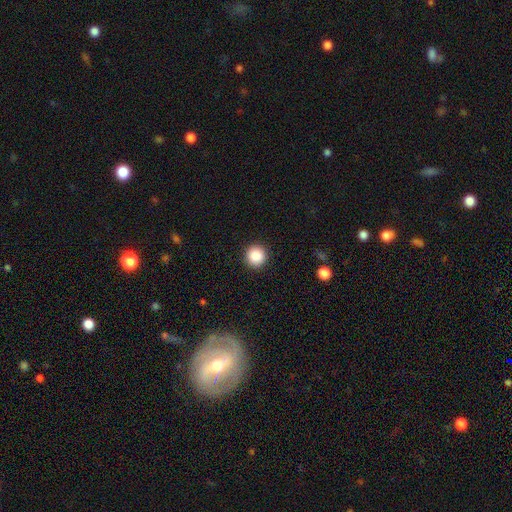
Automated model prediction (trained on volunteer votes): This is clearly a smooth galaxy (88%). How rounded: clearly round (94%). Merging: clearly none (92%).